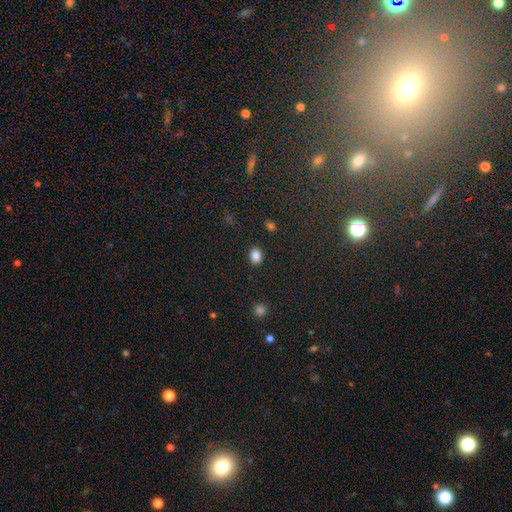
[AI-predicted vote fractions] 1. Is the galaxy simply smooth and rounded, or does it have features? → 85% smooth, 11% star or artifact, 4% featured or disk.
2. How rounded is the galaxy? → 55% in between, 44% round, 1% cigar-shaped.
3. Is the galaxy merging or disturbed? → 89% none, 7% minor disturbance, 2% major disturbance, 2% merger.